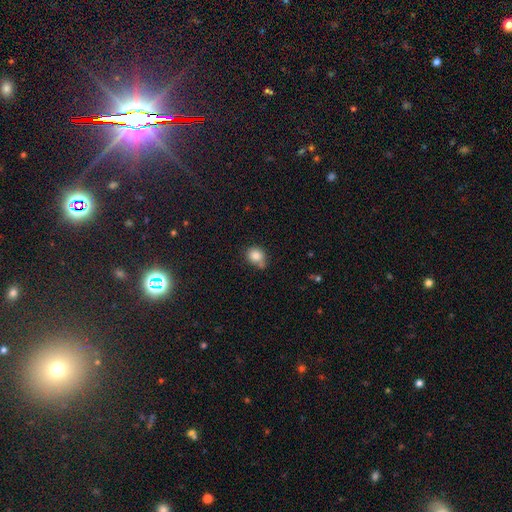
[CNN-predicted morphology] Smooth or featured? smooth (84%)
How rounded? round (68%)
Merging? none (56%)